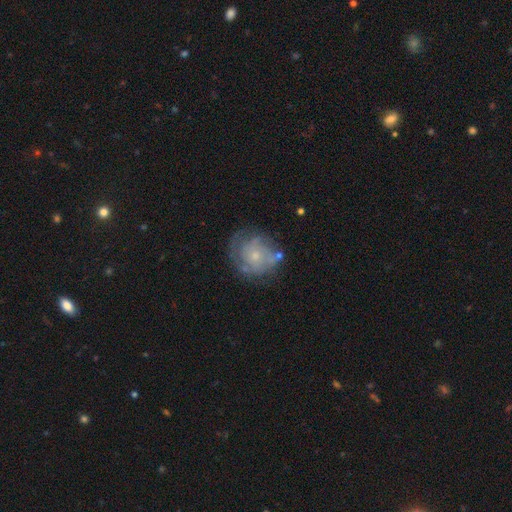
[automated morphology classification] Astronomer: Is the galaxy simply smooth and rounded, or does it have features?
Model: featured or disk — 67%.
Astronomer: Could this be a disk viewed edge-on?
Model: no — 98%.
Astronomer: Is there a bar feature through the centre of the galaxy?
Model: no — 81%.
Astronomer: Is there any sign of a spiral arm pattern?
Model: yes — 76%.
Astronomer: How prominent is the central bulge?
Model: small — 64%.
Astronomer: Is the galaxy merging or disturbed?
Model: none — 64%.